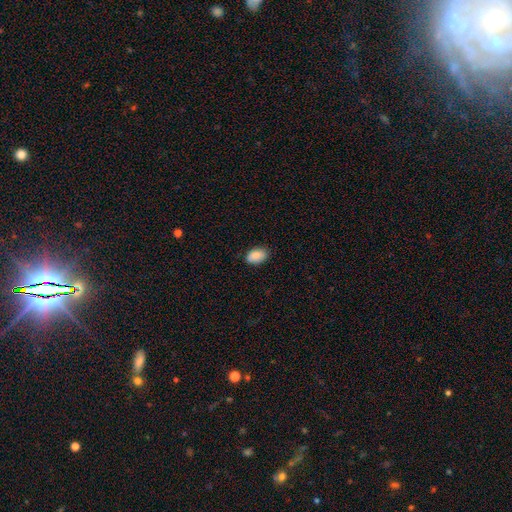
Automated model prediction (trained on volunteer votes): Morphology: type=smooth (88%); roundness=in between (89%); merging=none (82%).